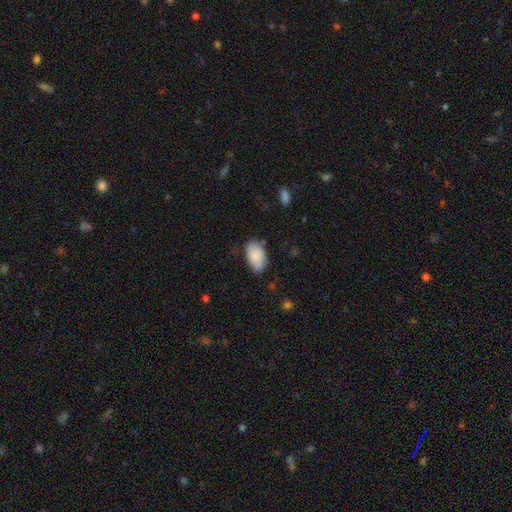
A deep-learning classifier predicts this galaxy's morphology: Smooth or featured? smooth (87%)
How rounded? in between (94%)
Merging? none (67%)